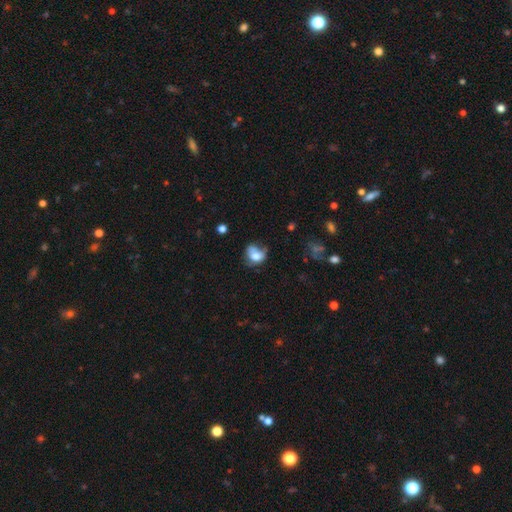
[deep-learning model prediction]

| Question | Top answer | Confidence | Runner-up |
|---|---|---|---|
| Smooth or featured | smooth | 67% | featured or disk (22%) |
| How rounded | in between | 53% | round (45%) |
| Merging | none | 31% | minor disturbance (29%) |